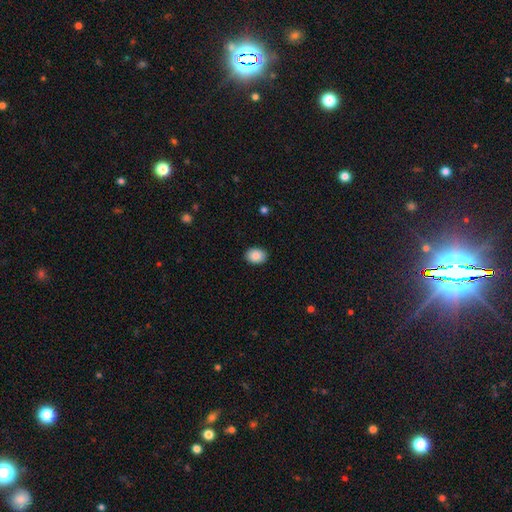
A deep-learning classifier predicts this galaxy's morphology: A smooth galaxy with no disk features (88%) that is in between round and cigar-shaped (70%).

Vote fractions:
- Smooth or featured? smooth: 88% / star or artifact: 8% / featured or disk: 4%
- How rounded? in between: 70% / round: 29% / cigar-shaped: 1%
- Merging? none: 90% / minor disturbance: 7% / major disturbance: 2% / merger: 1%